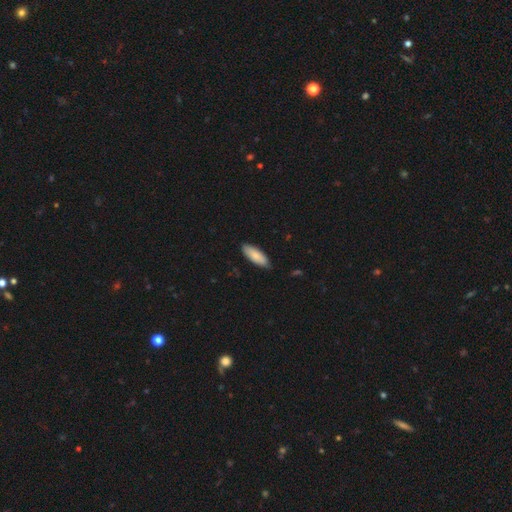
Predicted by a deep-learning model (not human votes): Overall: smooth (83%). How rounded: in between (66%; cigar-shaped 32%). Merging: none (85%).